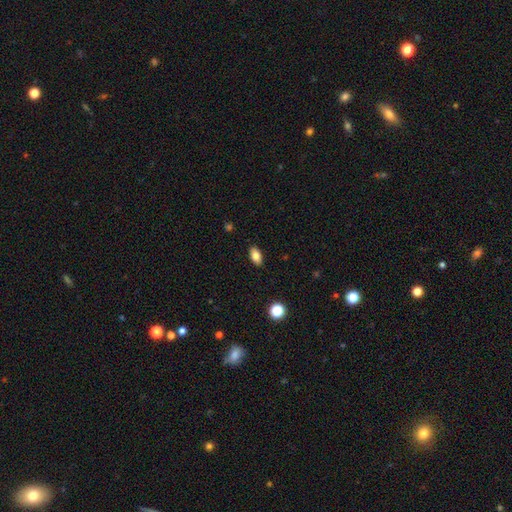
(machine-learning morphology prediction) smooth_or_featured: smooth (p=0.82) [alt: featured or disk p=0.09]
how_rounded: in between (p=0.90) [alt: round p=0.05]
merging: none (p=0.88) [alt: minor disturbance p=0.09]